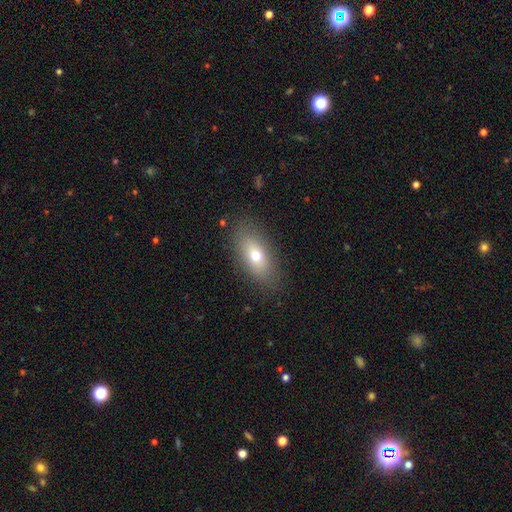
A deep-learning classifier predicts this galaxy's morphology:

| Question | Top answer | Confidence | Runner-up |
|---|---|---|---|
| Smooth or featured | smooth | 70% | featured or disk (21%) |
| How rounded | in between | 82% | cigar-shaped (12%) |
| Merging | none | 84% | minor disturbance (11%) |